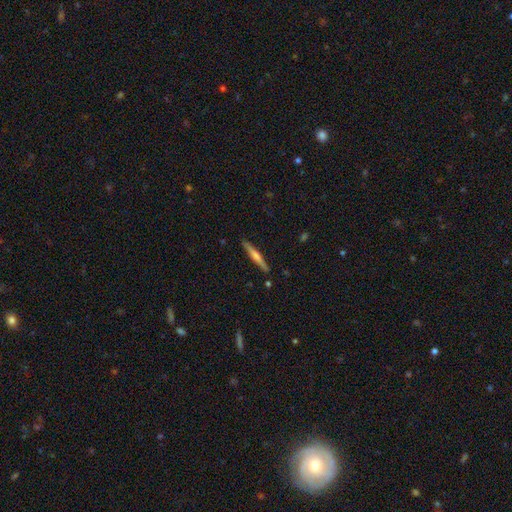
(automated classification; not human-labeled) featured or disk 64%, smooth 30%, star or artifact 6%. Down the decision tree: edge-on disk — yes (98%); edge-on bulge — rounded (74%); merging — none (90%).